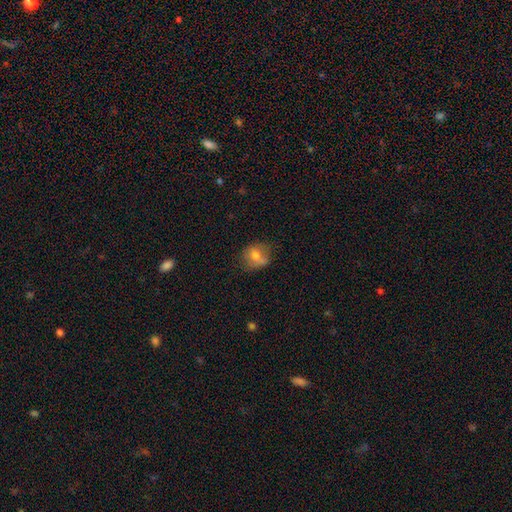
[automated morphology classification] type=smooth (64%); roundness=round (61%); merging=none (52%).